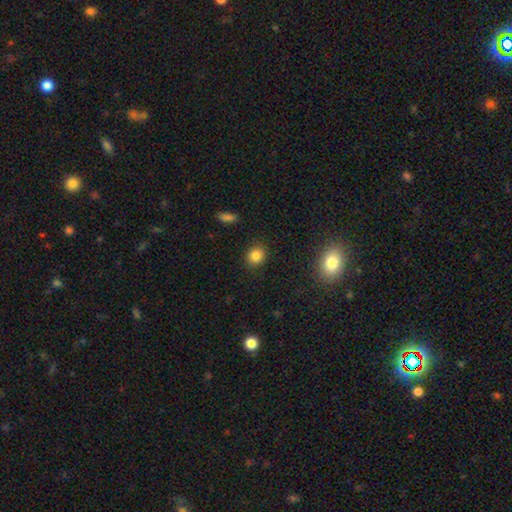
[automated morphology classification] Smooth or featured? smooth (83%)
How rounded? round (75%)
Merging? none (89%)